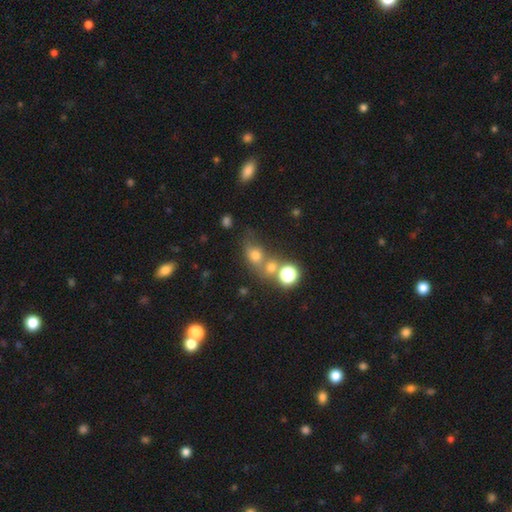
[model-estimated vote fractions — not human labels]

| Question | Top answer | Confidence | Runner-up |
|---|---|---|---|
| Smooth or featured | smooth | 64% | star or artifact (22%) |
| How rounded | round | 54% | in between (43%) |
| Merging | none | 43% | merger (35%) |